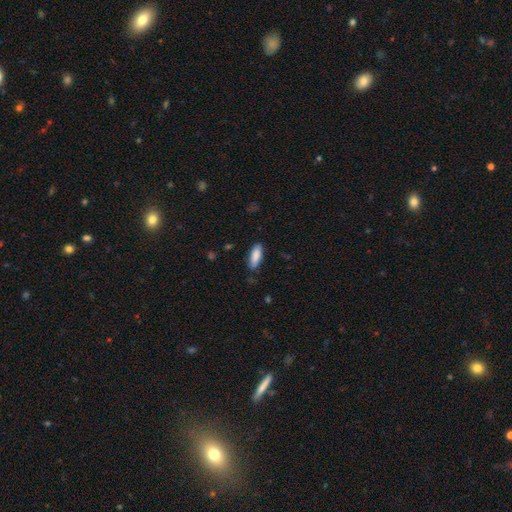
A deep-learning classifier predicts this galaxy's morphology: This appears to be a smooth galaxy with no disk features (87%) that is in between round and cigar-shaped (69%). Merging: none (81%).